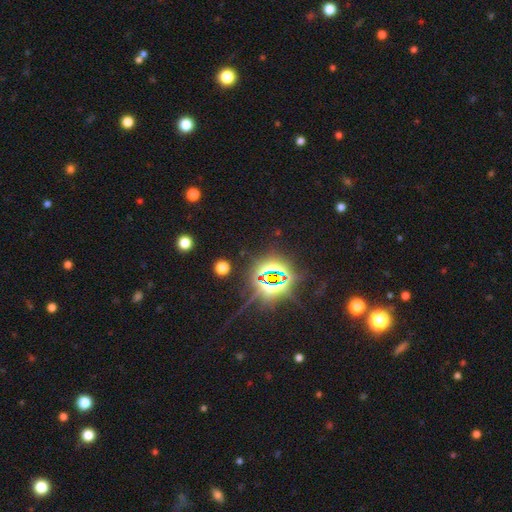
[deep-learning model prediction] Smooth or featured? star or artifact (83%)